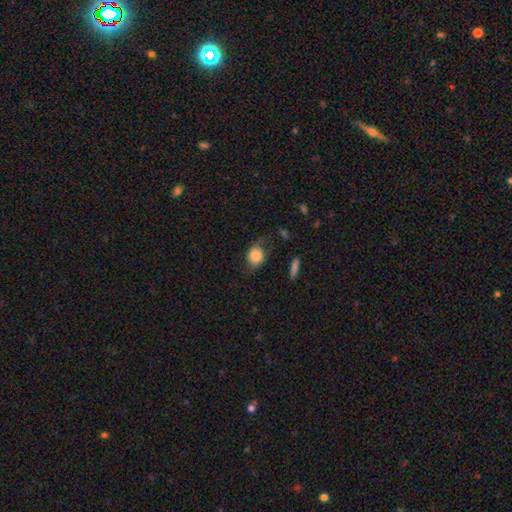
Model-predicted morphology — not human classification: Smooth or featured? smooth (76%)
How rounded? round (58%)
Merging? none (48%)